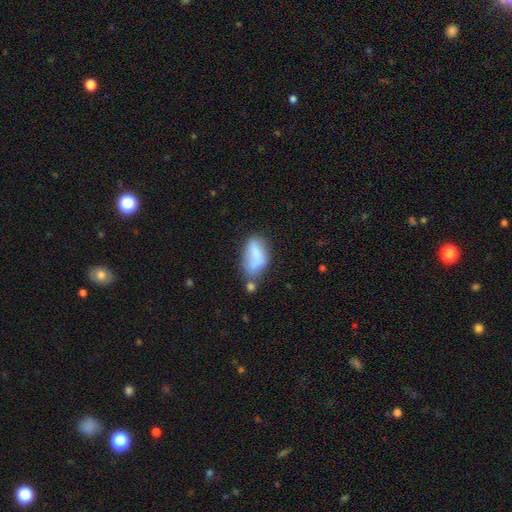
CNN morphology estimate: smooth_or_featured: smooth (p=0.69) [alt: featured or disk p=0.22]
how_rounded: in between (p=0.88) [alt: cigar-shaped p=0.07]
merging: none (p=0.33) [alt: minor disturbance p=0.26]